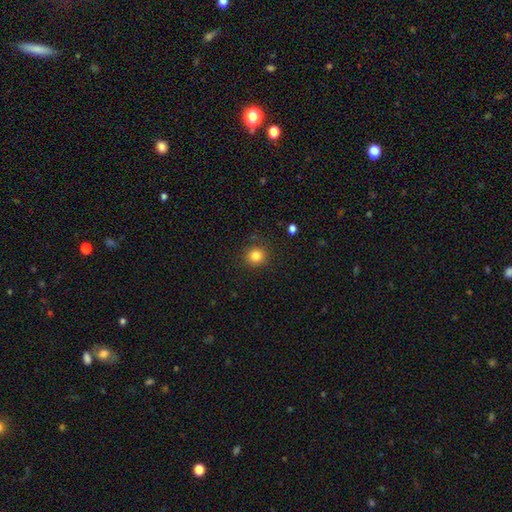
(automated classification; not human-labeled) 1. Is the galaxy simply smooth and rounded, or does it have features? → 83% smooth, 12% star or artifact, 5% featured or disk.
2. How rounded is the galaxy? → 92% round, 7% in between, 1% cigar-shaped.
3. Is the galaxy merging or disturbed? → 88% none, 7% minor disturbance, 3% major disturbance, 1% merger.